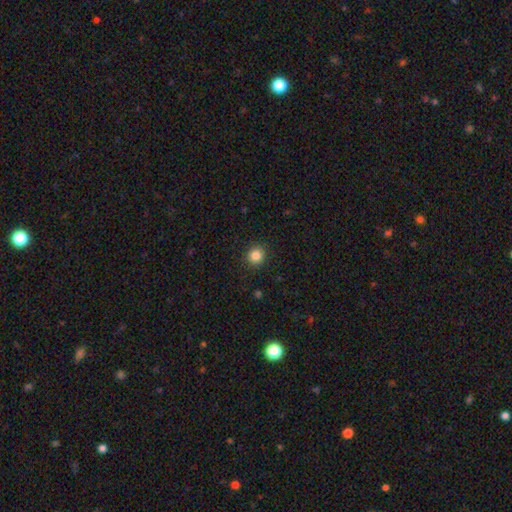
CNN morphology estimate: Smooth or featured?
  - smooth: 85% *
  - star or artifact: 11%
  - featured or disk: 4%
How rounded?
  - round: 90% *
  - in between: 9%
  - cigar-shaped: 1%
Merging?
  - none: 91% *
  - minor disturbance: 6%
  - major disturbance: 2%
  - merger: 1%